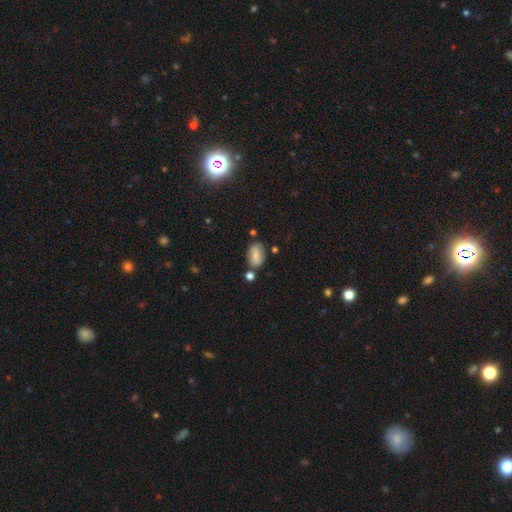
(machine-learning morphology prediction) smooth_or_featured: smooth (p=0.73) [alt: featured or disk p=0.18]
how_rounded: in between (p=0.87) [alt: round p=0.09]
merging: none (p=0.66) [alt: minor disturbance p=0.18]